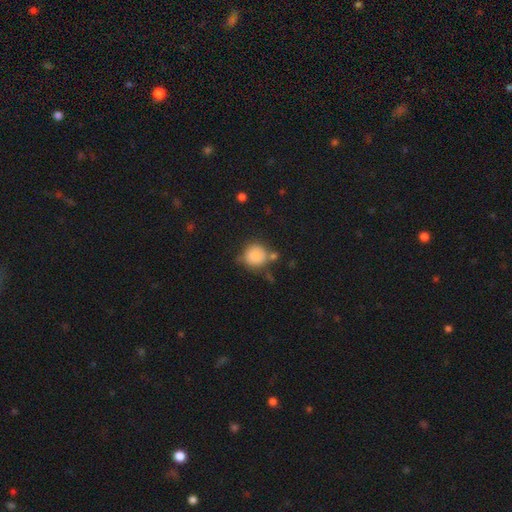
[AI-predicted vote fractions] smooth-or-featured: smooth: 85% | star or artifact: 8% | featured or disk: 6%
  how-rounded: round: 90% | in between: 9% | cigar-shaped: 1%
  merging: none: 61% | minor disturbance: 19% | merger: 14% | major disturbance: 6%